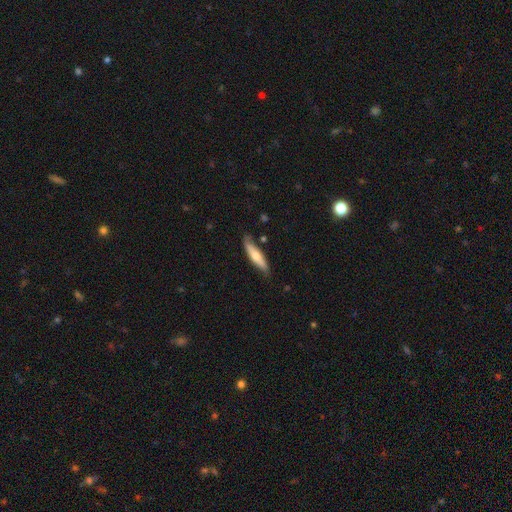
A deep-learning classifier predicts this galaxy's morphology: type=smooth (56%); roundness=cigar-shaped (78%); merging=none (76%).